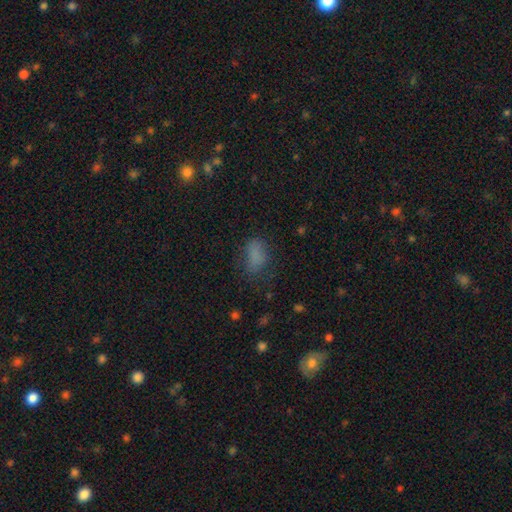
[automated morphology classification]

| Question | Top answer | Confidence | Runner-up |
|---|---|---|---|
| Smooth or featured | smooth | 76% | star or artifact (15%) |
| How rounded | in between | 86% | round (11%) |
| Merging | none | 57% | minor disturbance (25%) |